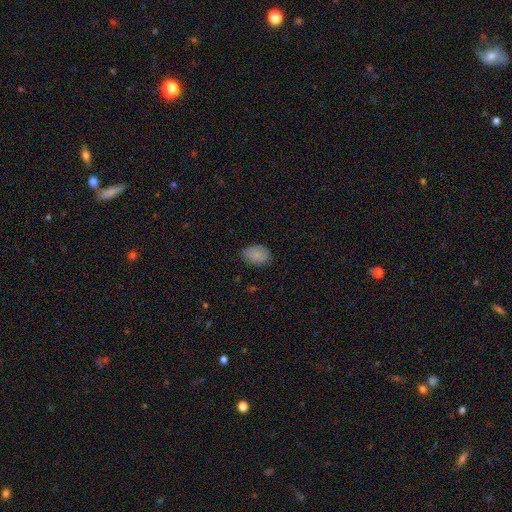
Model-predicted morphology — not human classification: Overall: smooth (86%). How rounded: in between (81%). Merging: none (77%).